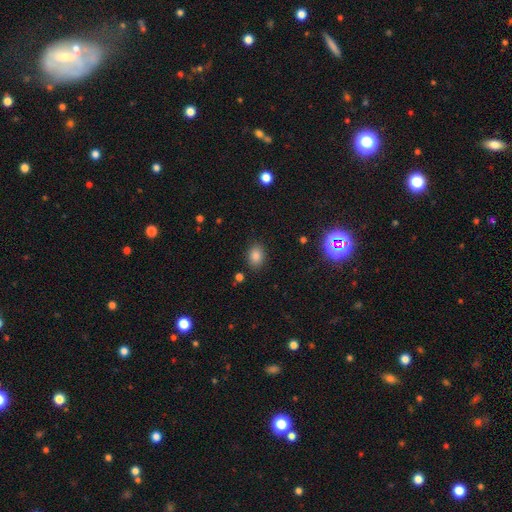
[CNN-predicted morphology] A smooth galaxy with no disk features (82%) that is in between round and cigar-shaped (63%). Merging: none (87%).